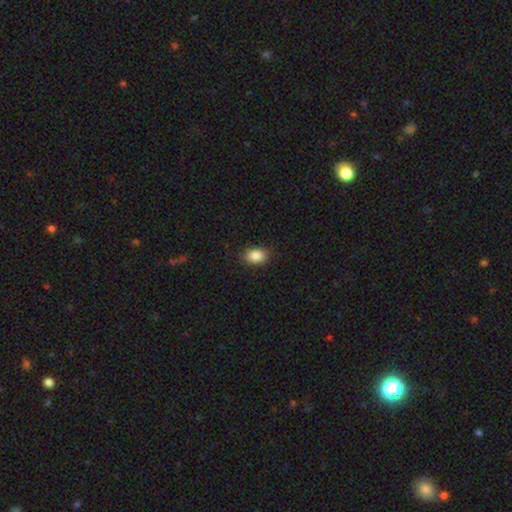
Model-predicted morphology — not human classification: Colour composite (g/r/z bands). It shows a smooth galaxy with no disk features (88%) that is in between round and cigar-shaped (78%). Merging: none (86%).